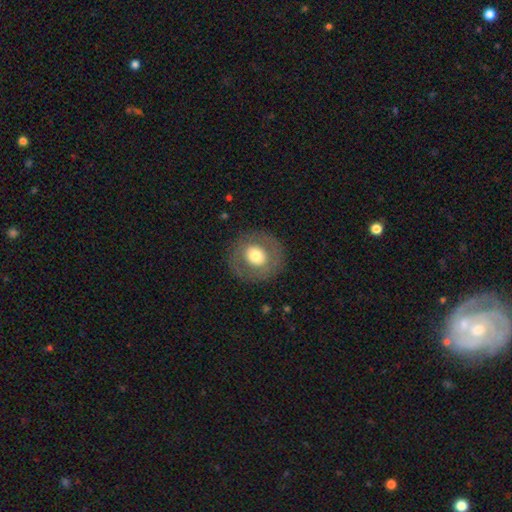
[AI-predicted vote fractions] Overall: smooth (59%; featured or disk 33%). How rounded: round (90%). Merging: none (84%).